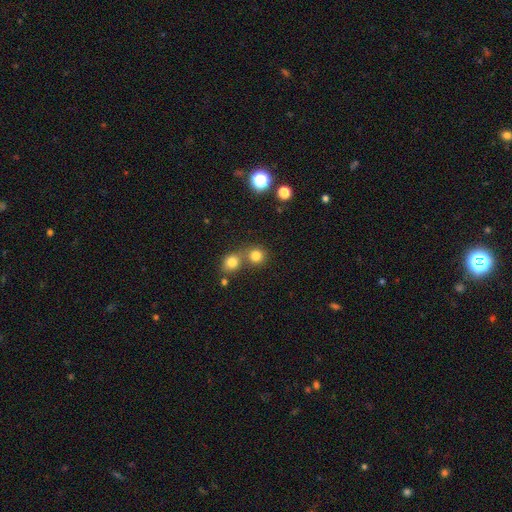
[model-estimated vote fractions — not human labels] Smooth or featured: smooth — 79% (star or artifact — 14%)
How rounded: round — 88% (in between — 11%)
Merging: none — 55% (merger — 36%)